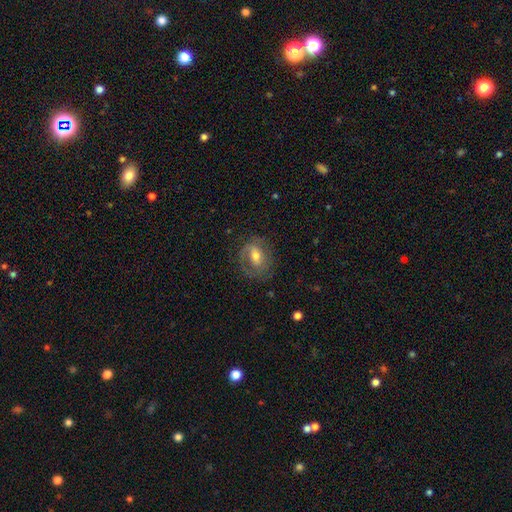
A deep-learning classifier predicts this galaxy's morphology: featured or disk 62%, smooth 30%, star or artifact 8%. Down the decision tree: edge-on disk — no (95%); bar — weak (45%); spiral arms — yes (74%); bulge size — moderate (65%); merging — none (62%).